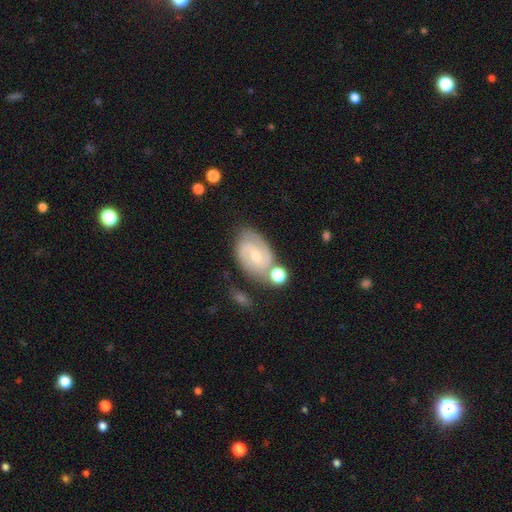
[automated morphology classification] featured or disk 77%, smooth 16%, star or artifact 6%. Down the decision tree: edge-on disk — no (97%); bar — weak (47%); spiral arms — yes (94%); spiral arm count — 2 (76%); spiral winding — tight (51%); bulge size — small (50%); merging — none (65%).